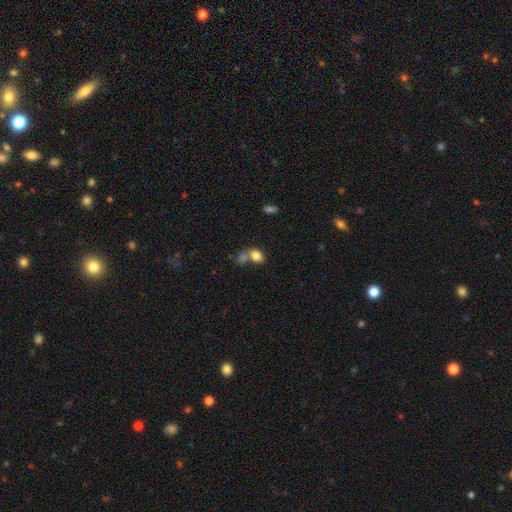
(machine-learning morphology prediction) A smooth galaxy with no disk features (81%) that is in between round and cigar-shaped (69%). Merging: merger (47%).